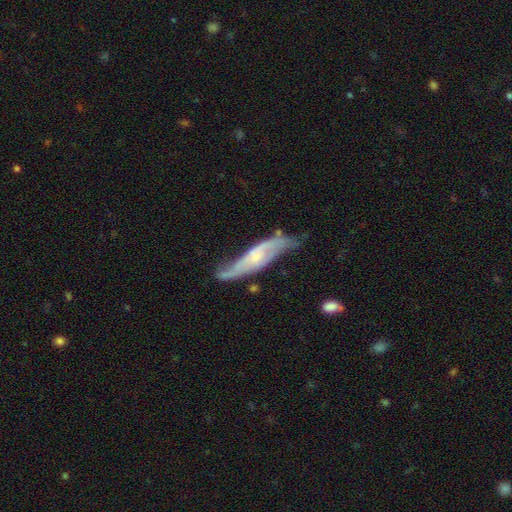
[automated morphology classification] smooth-or-featured: featured or disk: 73% | smooth: 20% | star or artifact: 6%
  disk-edge-on: no: 59% | yes: 41%
  merging: none: 53% | minor disturbance: 29% | major disturbance: 14% | merger: 4%